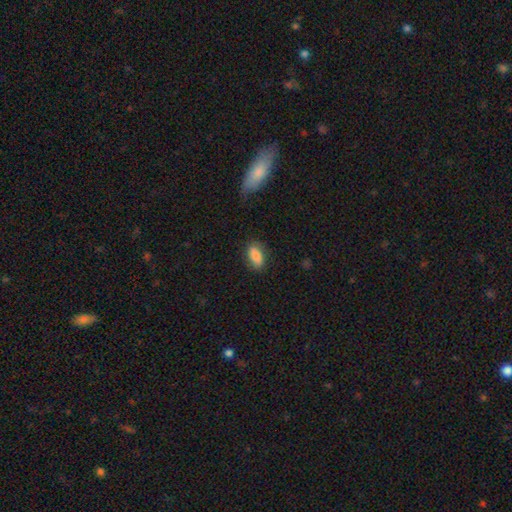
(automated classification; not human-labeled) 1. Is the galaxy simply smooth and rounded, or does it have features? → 82% smooth, 10% featured or disk, 7% star or artifact.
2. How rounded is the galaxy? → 89% in between, 5% round, 5% cigar-shaped.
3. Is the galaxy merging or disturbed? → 77% none, 17% minor disturbance, 4% major disturbance, 2% merger.